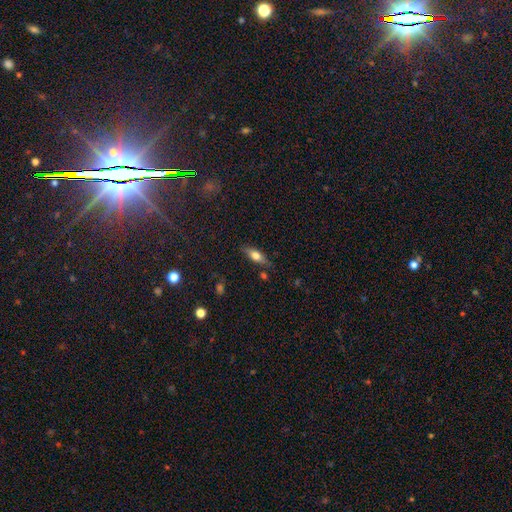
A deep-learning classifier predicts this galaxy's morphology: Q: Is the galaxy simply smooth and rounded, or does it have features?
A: smooth — 62%.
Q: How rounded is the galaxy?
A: in between — 61%.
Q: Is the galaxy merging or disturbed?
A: none — 77%.